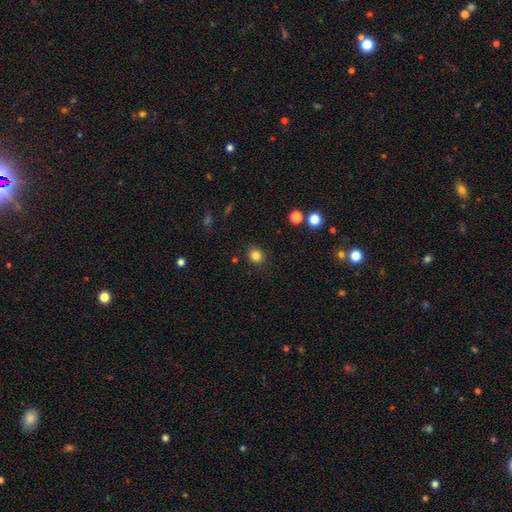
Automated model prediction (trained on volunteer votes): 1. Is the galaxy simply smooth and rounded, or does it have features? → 83% smooth, 12% star or artifact, 5% featured or disk.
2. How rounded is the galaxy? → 78% round, 21% in between, 1% cigar-shaped.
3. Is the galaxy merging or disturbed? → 89% none, 7% minor disturbance, 2% major disturbance, 1% merger.